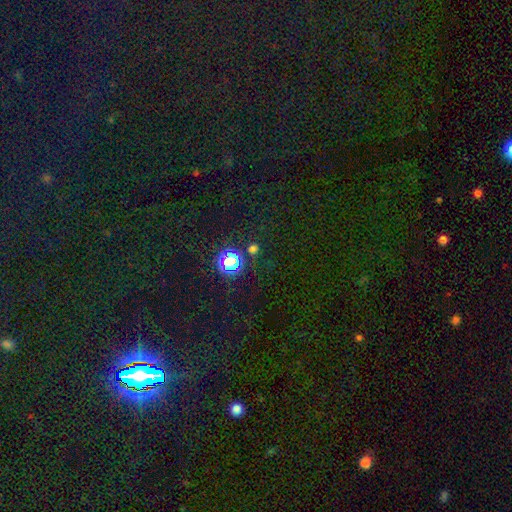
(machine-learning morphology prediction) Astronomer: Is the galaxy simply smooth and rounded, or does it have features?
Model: star or artifact — 79%.